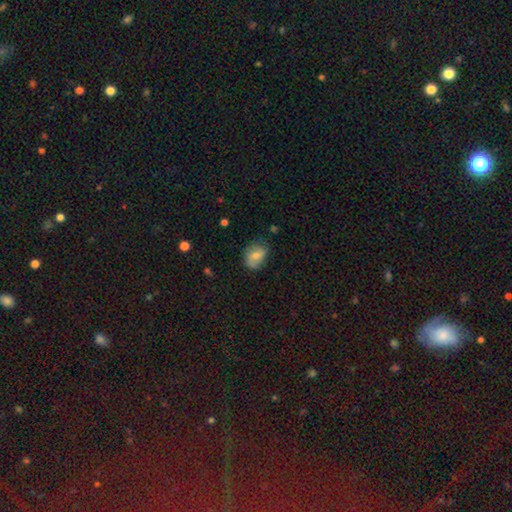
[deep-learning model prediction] smooth_or_featured: smooth (p=0.67) [alt: featured or disk p=0.25]
how_rounded: in between (p=0.64) [alt: round p=0.35]
merging: none (p=0.60) [alt: minor disturbance p=0.30]